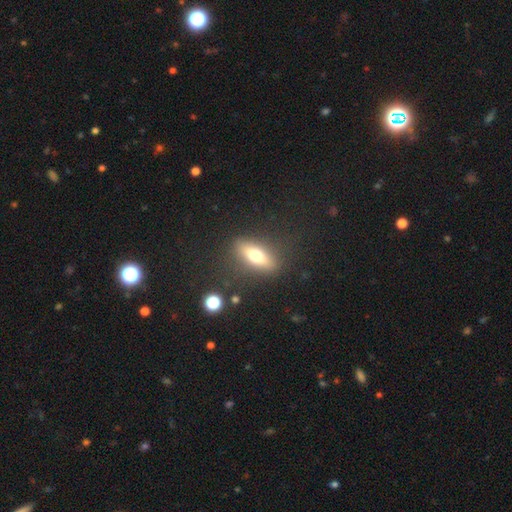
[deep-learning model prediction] This is possibly a smooth galaxy (60%). How rounded: possibly in between (59%). Merging: clearly none (84%).